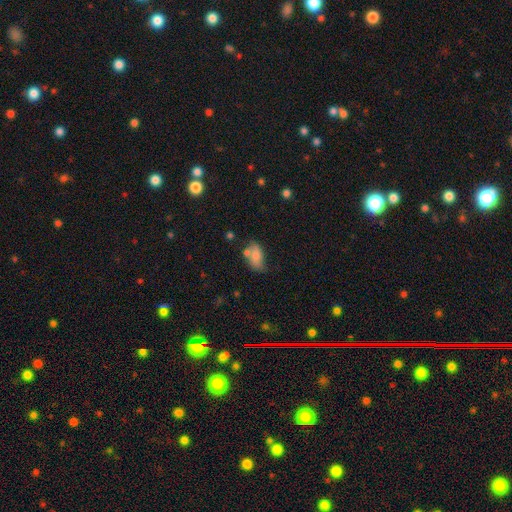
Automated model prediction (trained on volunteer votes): A smooth galaxy with no disk features (71%) that is in between round and cigar-shaped (89%). Merging: none (43%).